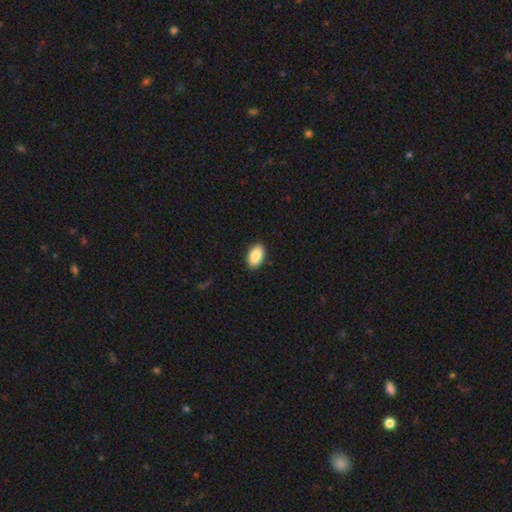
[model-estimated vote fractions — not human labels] Smooth or featured? smooth (89%)
How rounded? in between (94%)
Merging? none (89%)